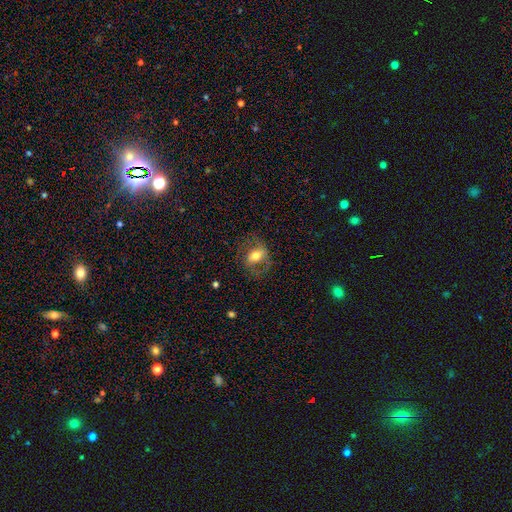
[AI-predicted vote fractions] A smooth galaxy with no disk features (46%).

Vote fractions:
- Smooth or featured? smooth: 46% / featured or disk: 45% / star or artifact: 9%
- Merging? none: 66% / minor disturbance: 18% / major disturbance: 15% / merger: 1%